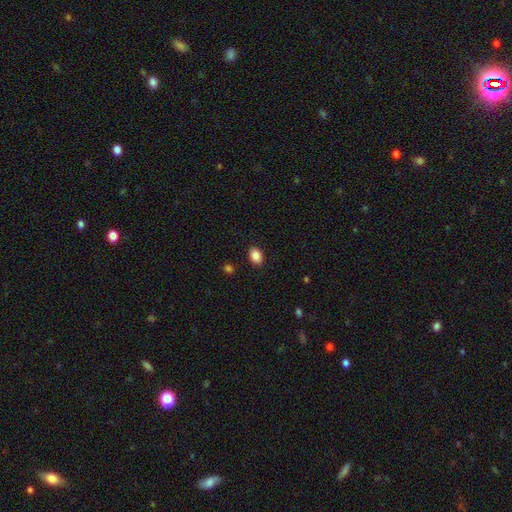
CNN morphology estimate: This is clearly a smooth galaxy (87%). How rounded: clearly in between (81%). Merging: clearly none (89%).